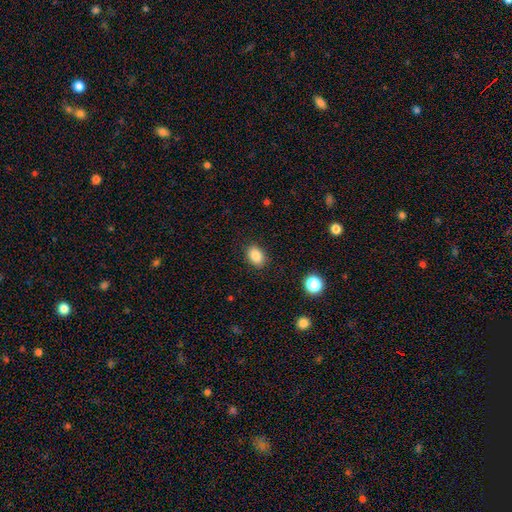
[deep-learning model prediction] Smooth or featured?
  - smooth: 86% *
  - star or artifact: 9%
  - featured or disk: 5%
How rounded?
  - in between: 78% *
  - round: 21%
  - cigar-shaped: 1%
Merging?
  - none: 87% *
  - minor disturbance: 9%
  - major disturbance: 3%
  - merger: 1%